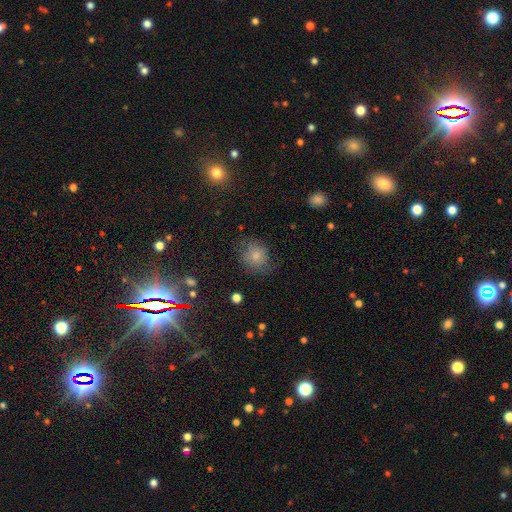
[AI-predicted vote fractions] Smooth or featured?
  - smooth: 76% *
  - star or artifact: 12%
  - featured or disk: 12%
How rounded?
  - round: 75% *
  - in between: 24%
  - cigar-shaped: 1%
Merging?
  - none: 66% *
  - minor disturbance: 22%
  - major disturbance: 10%
  - merger: 2%